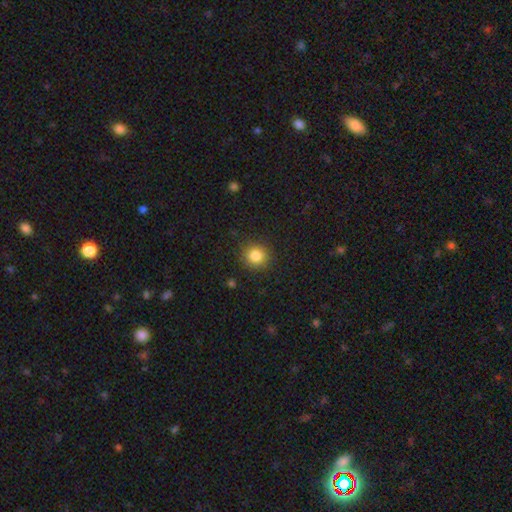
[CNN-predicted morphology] A smooth galaxy with no disk features (84%) that is round (91%). Merging: none (90%).